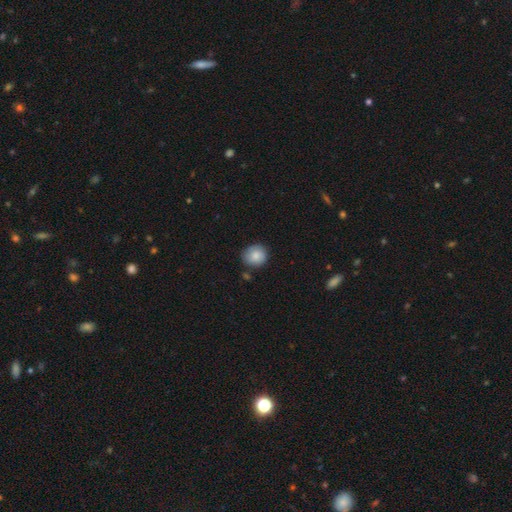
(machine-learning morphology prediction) type=smooth (84%); roundness=round (85%); merging=none (79%).